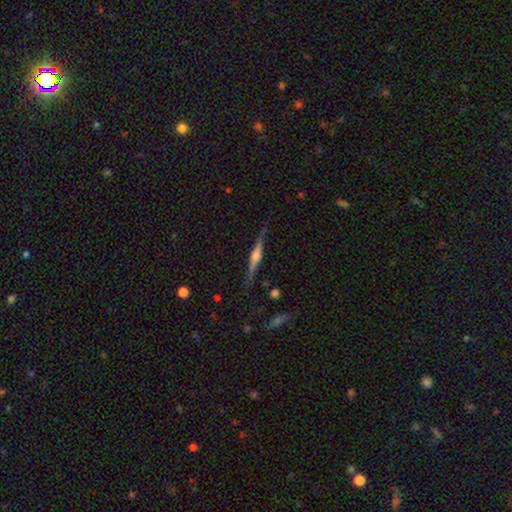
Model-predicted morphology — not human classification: Overall: featured or disk (81%). Edge-on disk: yes (98%). Edge-on bulge: rounded (83%). Merging: none (86%).